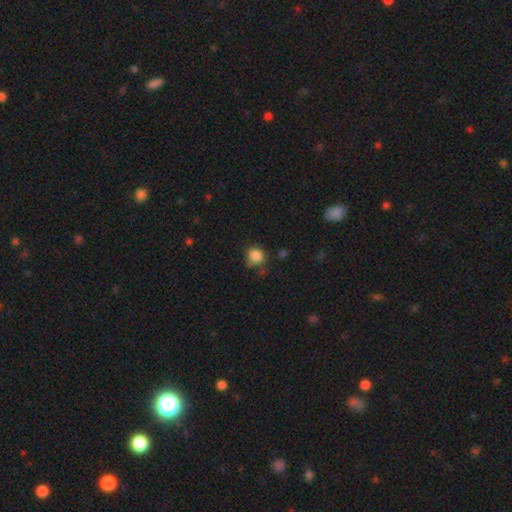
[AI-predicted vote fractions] A smooth galaxy with no disk features (85%) that is round (74%).

Vote fractions:
- Smooth or featured? smooth: 85% / star or artifact: 10% / featured or disk: 5%
- How rounded? round: 74% / in between: 25% / cigar-shaped: 1%
- Merging? none: 63% / minor disturbance: 24% / major disturbance: 7% / merger: 5%